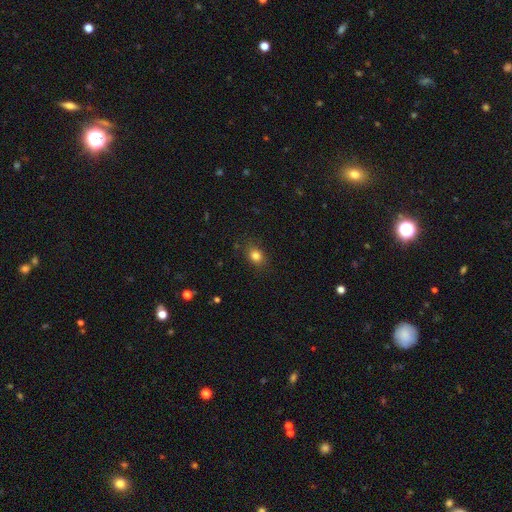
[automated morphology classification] Q: Smooth or featured?
A: smooth (82%); runner-up: star or artifact (12%)
Q: How rounded?
A: in between (51%); runner-up: round (47%)
Q: Merging?
A: none (84%); runner-up: minor disturbance (12%)